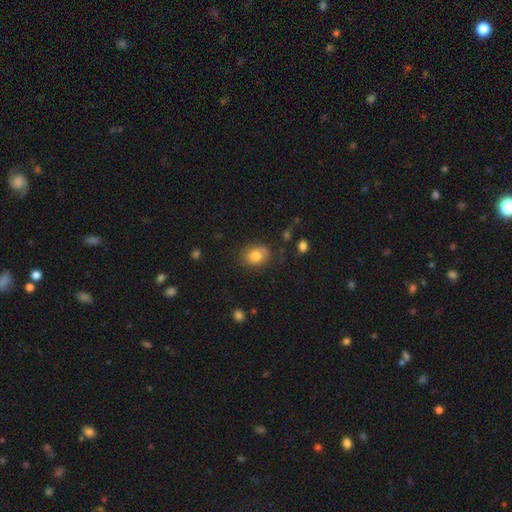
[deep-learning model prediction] smooth 81%, featured or disk 10%, star or artifact 9%. Down the decision tree: how rounded — in between (55%); merging — none (74%).